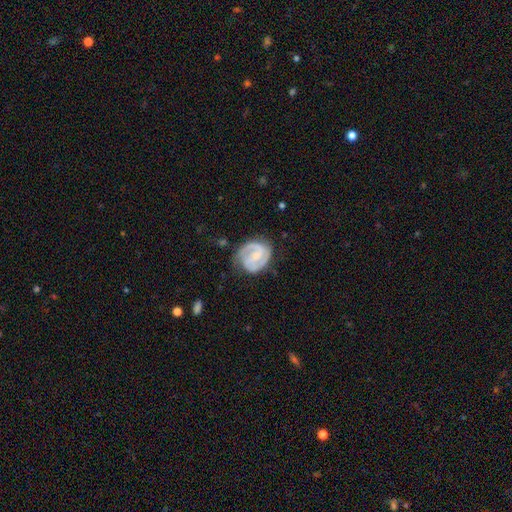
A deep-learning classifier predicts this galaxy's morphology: Smooth or featured?
  - featured or disk: 84% *
  - smooth: 11%
  - star or artifact: 5%
Edge-on disk?
  - no: 98% *
  - yes: 2%
Bar?
  - weak: 46% *
  - no: 36%
  - strong: 18%
Spiral arms?
  - yes: 96% *
  - no: 4%
Spiral winding?
  - tight: 47% *
  - medium: 43%
  - loose: 10%
Spiral arm count?
  - 2: 81% *
  - can't tell: 7%
  - 3: 5%
  - 1: 4%
  - 4: 1%
  - more than 4: 1%
Bulge size?
  - small: 60% *
  - moderate: 30%
  - none: 8%
  - large: 2%
  - dominant: 1%
Merging?
  - none: 69% *
  - minor disturbance: 22%
  - major disturbance: 8%
  - merger: 1%